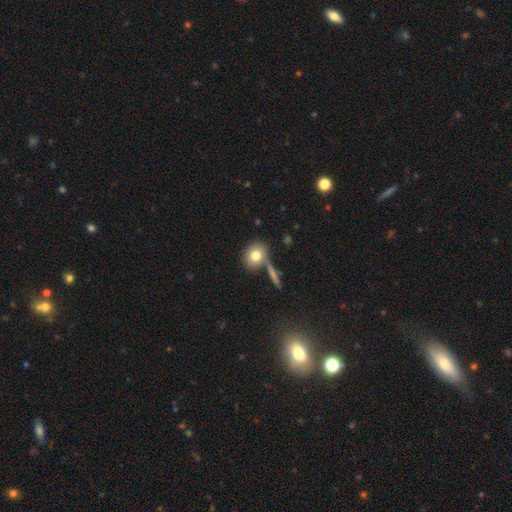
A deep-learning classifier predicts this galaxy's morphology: Smooth or featured? Predicted: smooth (p=0.77). How rounded? Predicted: round (p=0.62). Merging? Predicted: none (p=0.64).